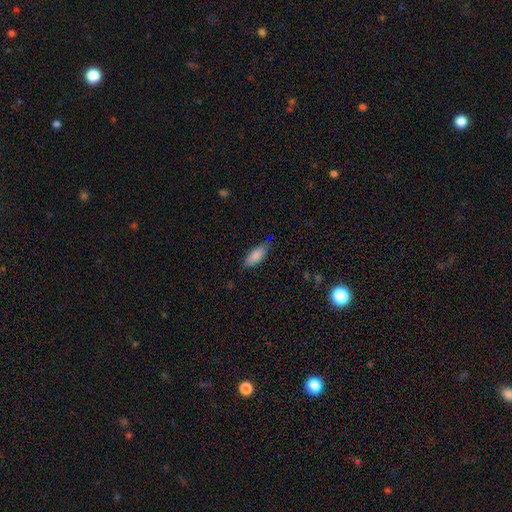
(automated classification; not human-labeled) The model was most divided on "how rounded": in between: 79%, cigar-shaped: 20%, round: 2%. More confident: smooth or featured — smooth (87%); merging — none (81%).